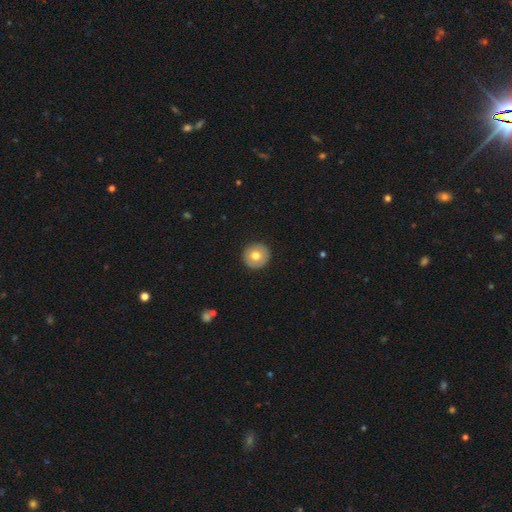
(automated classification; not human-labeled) smooth 71%, featured or disk 22%, star or artifact 7%. Down the decision tree: how rounded — round (95%); merging — none (92%).